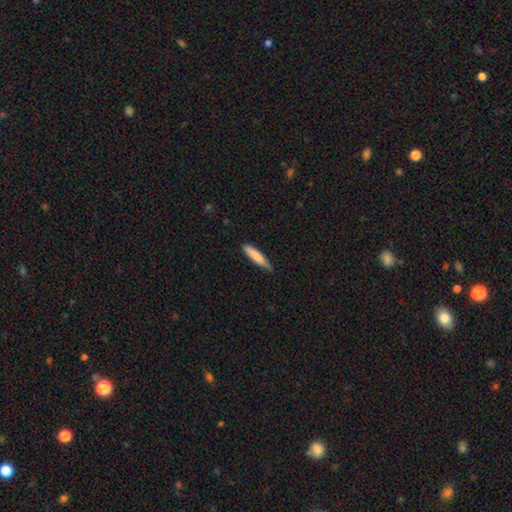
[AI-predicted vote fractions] Smooth or featured?
  - smooth: 82% *
  - featured or disk: 12%
  - star or artifact: 6%
How rounded?
  - cigar-shaped: 85% *
  - in between: 14%
  - round: 1%
Merging?
  - none: 74% *
  - minor disturbance: 22%
  - major disturbance: 3%
  - merger: 1%